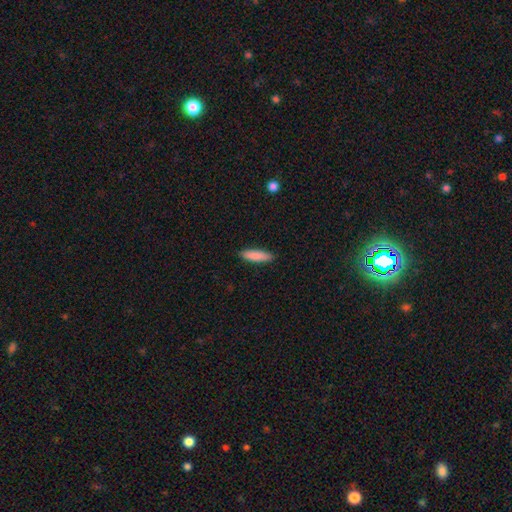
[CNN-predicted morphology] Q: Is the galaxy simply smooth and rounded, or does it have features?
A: smooth — 87%.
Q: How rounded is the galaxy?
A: cigar-shaped — 69%.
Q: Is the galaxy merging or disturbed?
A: none — 89%.